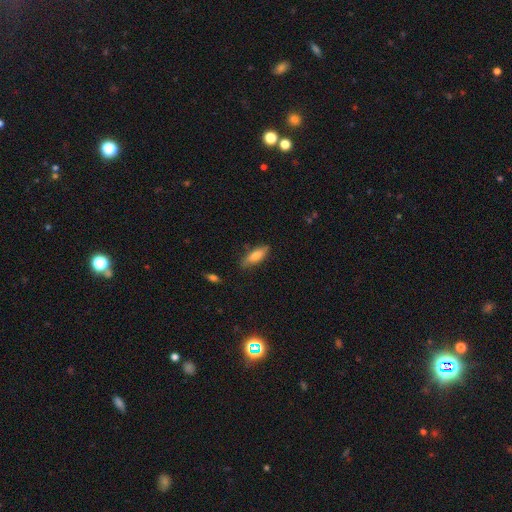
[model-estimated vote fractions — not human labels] A smooth galaxy with no disk features (75%) that is in between round and cigar-shaped (56%).

Vote fractions:
- Smooth or featured? smooth: 75% / featured or disk: 18% / star or artifact: 7%
- How rounded? in between: 56% / cigar-shaped: 42% / round: 2%
- Merging? none: 80% / minor disturbance: 16% / major disturbance: 3% / merger: 2%